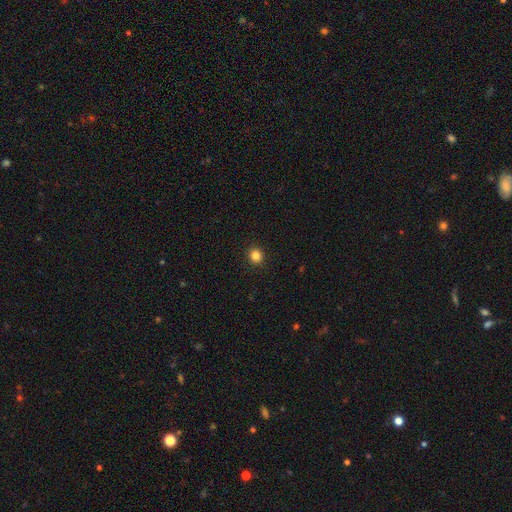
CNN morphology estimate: Overall: smooth (85%). How rounded: round (89%). Merging: none (92%).